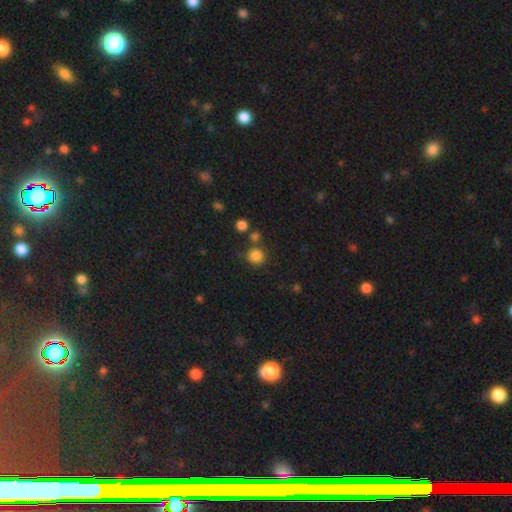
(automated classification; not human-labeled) A smooth galaxy with no disk features (83%) that is round (92%).

Vote fractions:
- Smooth or featured? smooth: 83% / star or artifact: 12% / featured or disk: 4%
- How rounded? round: 92% / in between: 7% / cigar-shaped: 1%
- Merging? none: 78% / merger: 10% / minor disturbance: 9% / major disturbance: 4%